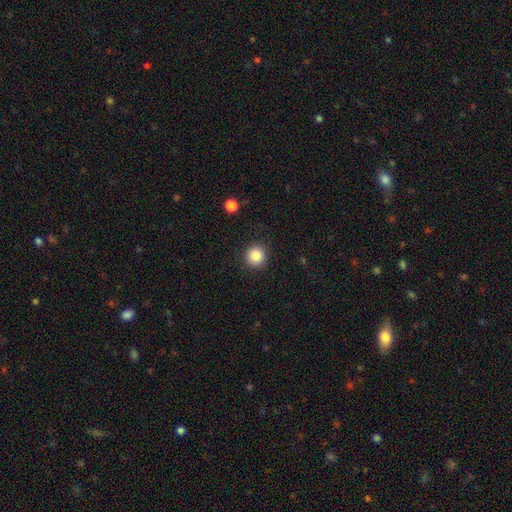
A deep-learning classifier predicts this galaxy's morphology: Q: Smooth or featured?
A: smooth (85%); runner-up: star or artifact (10%)
Q: How rounded?
A: round (93%); runner-up: in between (6%)
Q: Merging?
A: none (90%); runner-up: minor disturbance (6%)